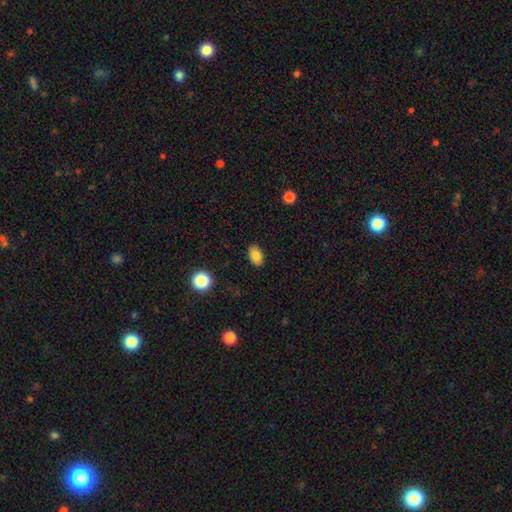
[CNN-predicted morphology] Smooth or featured? Predicted: smooth (p=0.83). How rounded? Predicted: in between (p=0.89). Merging? Predicted: none (p=0.88).